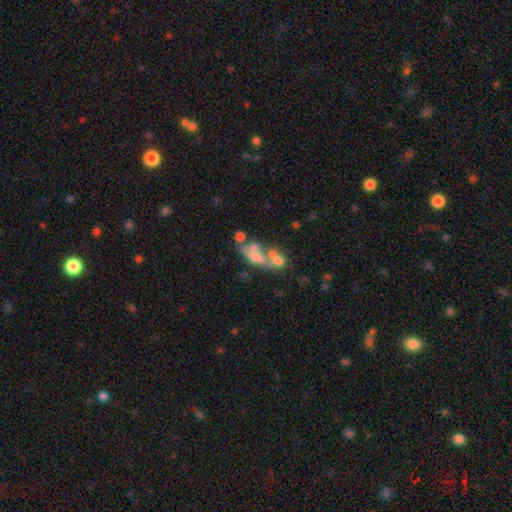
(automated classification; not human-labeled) A smooth galaxy with no disk features (44%). Merging: merger (48%).